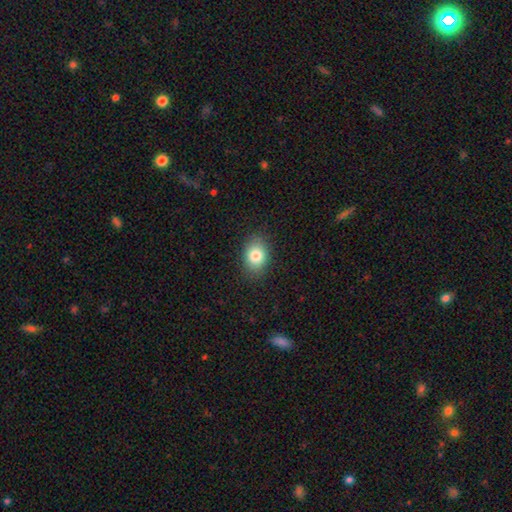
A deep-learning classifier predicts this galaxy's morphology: This appears to be a smooth galaxy with no disk features (82%) that is in between round and cigar-shaped (67%). Merging: none (87%).